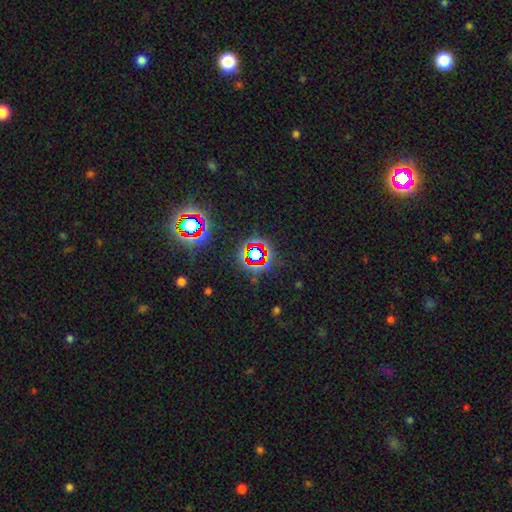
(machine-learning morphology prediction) Q: Smooth or featured?
A: star or artifact (71%); runner-up: smooth (18%)